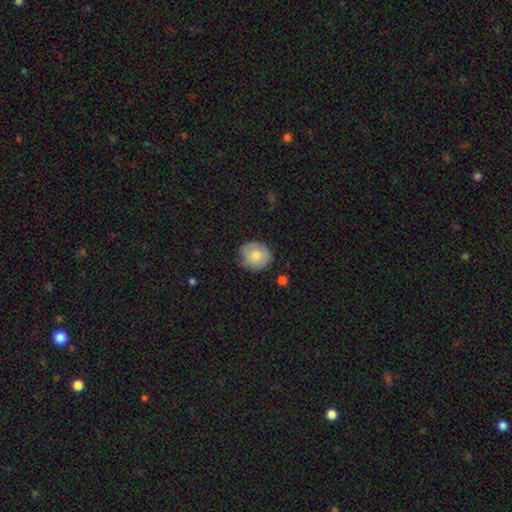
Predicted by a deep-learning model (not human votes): Overall: smooth (74%). How rounded: round (76%). Merging: none (71%).